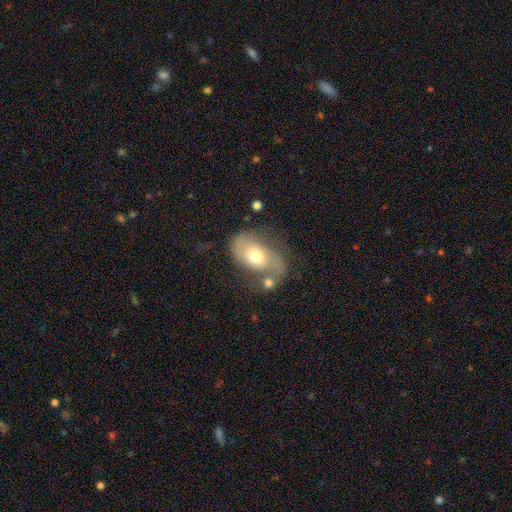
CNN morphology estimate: This appears to be a featured or disk galaxy (56%) with no bar (72%), spiral arms (72%) and a moderate central bulge (71%). Merging: none (34%).